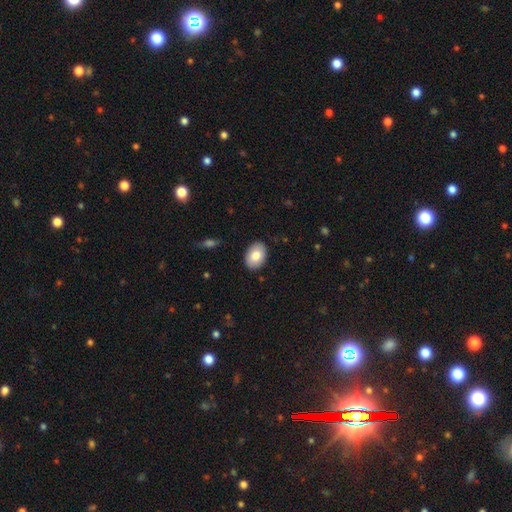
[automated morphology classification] smooth-or-featured: smooth: 81% | featured or disk: 13% | star or artifact: 7%
  how-rounded: in between: 85% | round: 14% | cigar-shaped: 1%
  merging: none: 89% | minor disturbance: 8% | major disturbance: 2% | merger: 1%